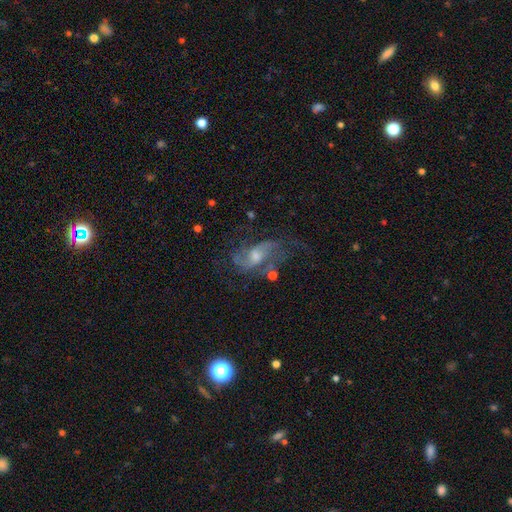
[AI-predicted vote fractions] Morphology: type=featured or disk (77%); edge-on=no (95%); bar=no (48%); spiral arms=yes (90%); winding=loose (47%); arm count=2 (74%); bulge=moderate (53%); merging=none (54%).